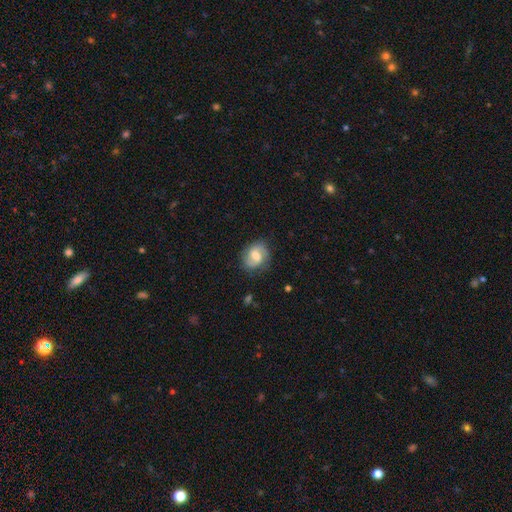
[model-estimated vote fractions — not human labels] The model was most divided on "smooth or featured": featured or disk: 53%, smooth: 39%, star or artifact: 8%. More confident: edge-on disk — no (97%); spiral arms — yes (85%); merging — none (75%); bulge size — moderate (55%); bar — weak (54%).